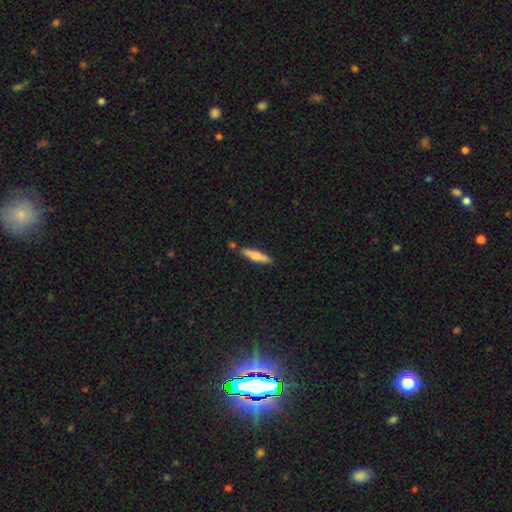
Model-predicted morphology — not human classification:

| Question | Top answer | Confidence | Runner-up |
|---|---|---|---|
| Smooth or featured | smooth | 67% | featured or disk (27%) |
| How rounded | cigar-shaped | 84% | in between (15%) |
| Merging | none | 82% | minor disturbance (11%) |